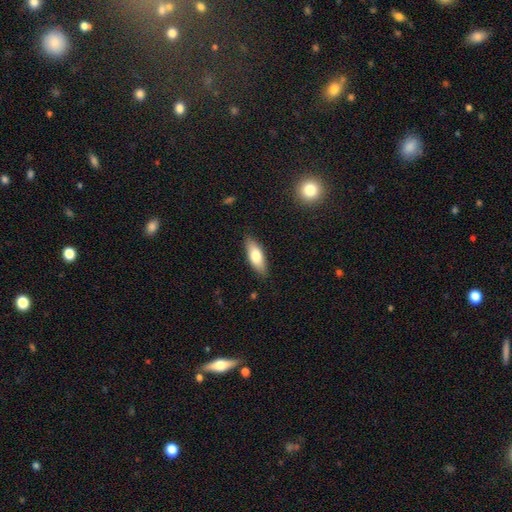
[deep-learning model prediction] Overall: smooth (74%). How rounded: in between (69%). Merging: none (85%).